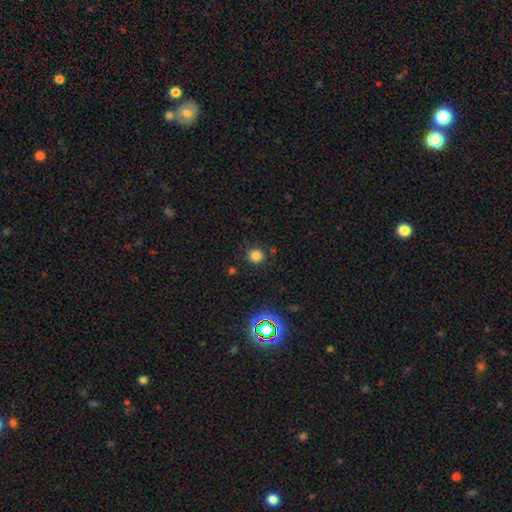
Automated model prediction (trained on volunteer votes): Smooth or featured?
  - smooth: 79% *
  - star or artifact: 16%
  - featured or disk: 5%
How rounded?
  - round: 92% *
  - in between: 7%
  - cigar-shaped: 1%
Merging?
  - none: 86% *
  - minor disturbance: 8%
  - major disturbance: 3%
  - merger: 3%